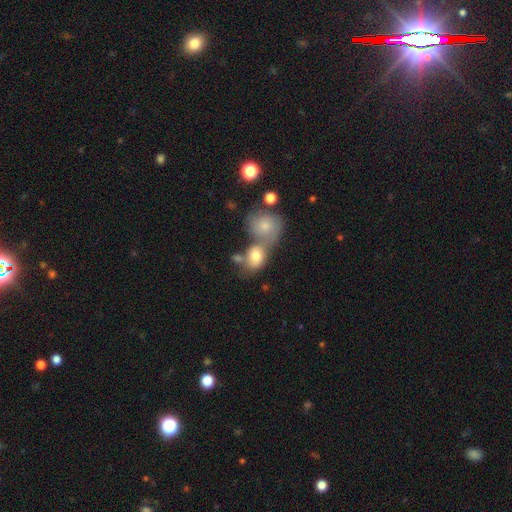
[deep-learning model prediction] Smooth or featured: smooth — 74% (featured or disk — 17%)
How rounded: in between — 67% (round — 31%)
Merging: merger — 56% (none — 28%)